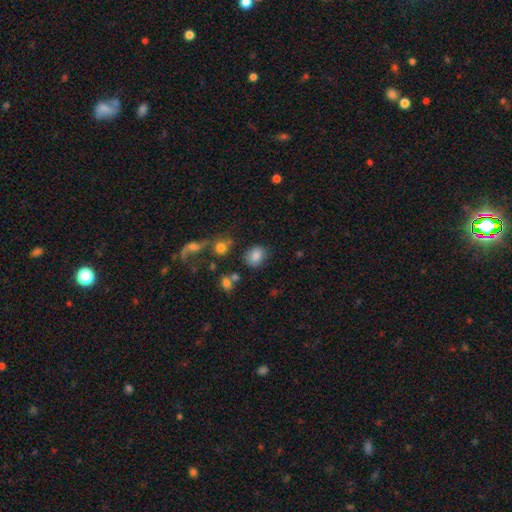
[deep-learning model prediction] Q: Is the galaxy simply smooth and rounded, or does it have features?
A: smooth — 82%.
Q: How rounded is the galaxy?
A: in between — 50%.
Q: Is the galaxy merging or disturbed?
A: none — 75%.